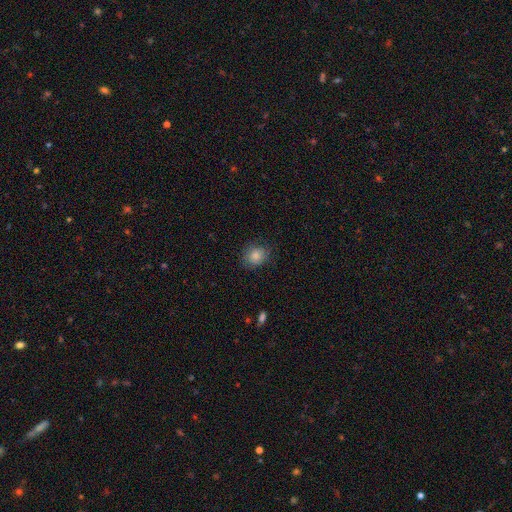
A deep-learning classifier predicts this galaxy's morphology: Smooth or featured? smooth (82%)
How rounded? round (62%)
Merging? none (77%)